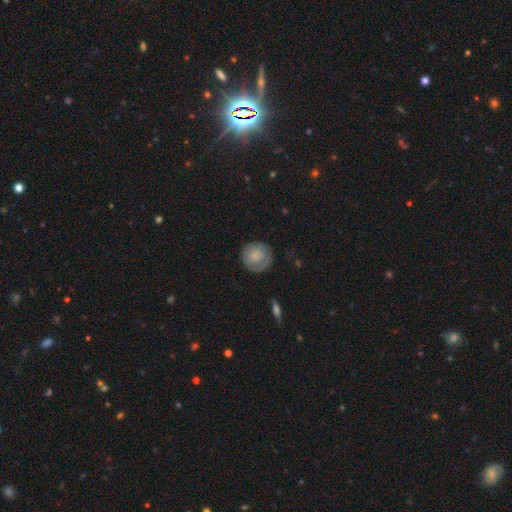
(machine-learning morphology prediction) type=smooth (68%); roundness=round (92%); merging=none (74%).